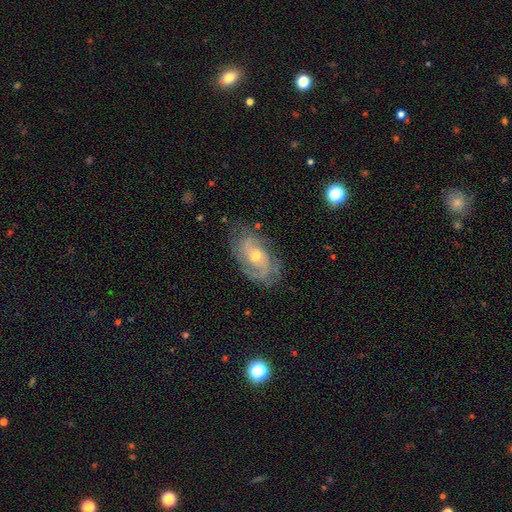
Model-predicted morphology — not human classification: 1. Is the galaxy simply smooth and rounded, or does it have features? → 84% featured or disk, 10% smooth, 6% star or artifact.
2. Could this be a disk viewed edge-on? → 96% no, 4% yes.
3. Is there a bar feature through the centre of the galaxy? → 63% no, 31% weak, 7% strong.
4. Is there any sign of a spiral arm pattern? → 94% yes, 6% no.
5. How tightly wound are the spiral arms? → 50% tight, 39% medium, 12% loose.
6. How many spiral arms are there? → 48% 2, 23% can't tell, 16% 3, 5% 4, 4% 1, 4% more than 4.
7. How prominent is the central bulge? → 53% small, 44% moderate, 1% large, 1% none, 1% dominant.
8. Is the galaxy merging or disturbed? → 73% none, 19% minor disturbance, 7% major disturbance, 1% merger.